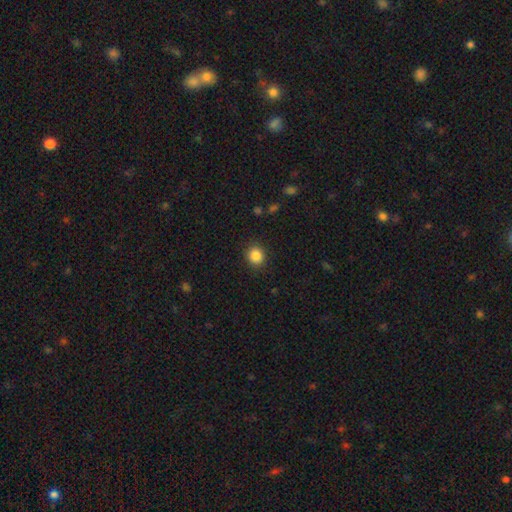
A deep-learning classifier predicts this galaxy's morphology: Smooth or featured?
  - smooth: 86% *
  - star or artifact: 10%
  - featured or disk: 4%
How rounded?
  - round: 85% *
  - in between: 14%
  - cigar-shaped: 1%
Merging?
  - none: 90% *
  - minor disturbance: 7%
  - major disturbance: 2%
  - merger: 1%